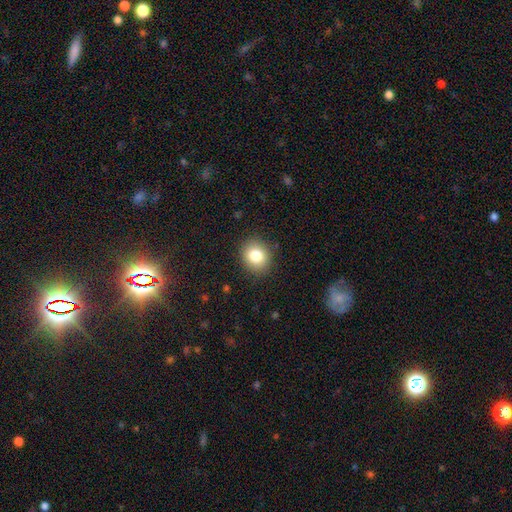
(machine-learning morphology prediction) smooth_or_featured: smooth (p=0.81) [alt: star or artifact p=0.11]
how_rounded: round (p=0.76) [alt: in between p=0.24]
merging: none (p=0.89) [alt: minor disturbance p=0.08]